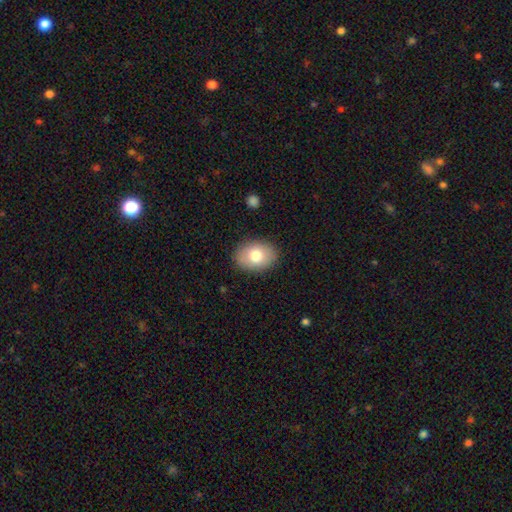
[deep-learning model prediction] smooth 77%, featured or disk 15%, star or artifact 7%. Down the decision tree: how rounded — in between (76%); merging — none (87%).